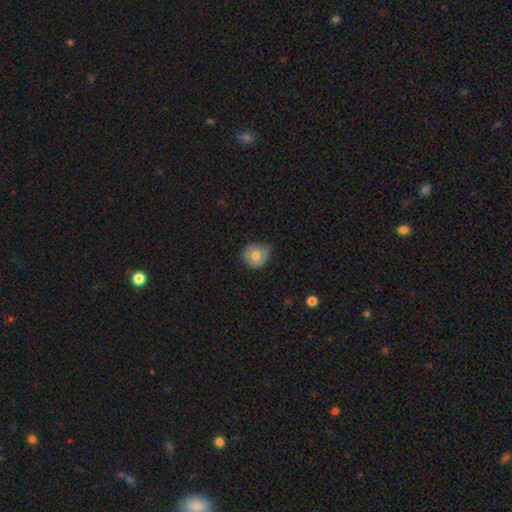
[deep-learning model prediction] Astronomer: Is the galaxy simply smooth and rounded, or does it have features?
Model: smooth — 69%.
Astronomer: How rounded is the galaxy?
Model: round — 82%.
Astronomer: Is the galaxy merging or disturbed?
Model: none — 56% (runner-up: minor disturbance, 35%).